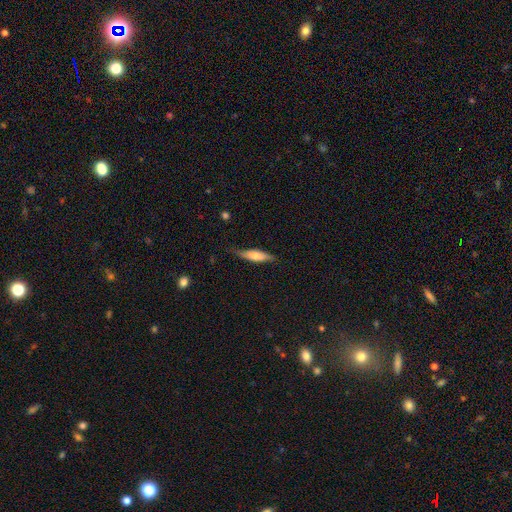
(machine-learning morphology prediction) Smooth or featured: smooth — 59% (featured or disk — 35%)
How rounded: cigar-shaped — 63% (in between — 35%)
Merging: none — 72% (minor disturbance — 22%)